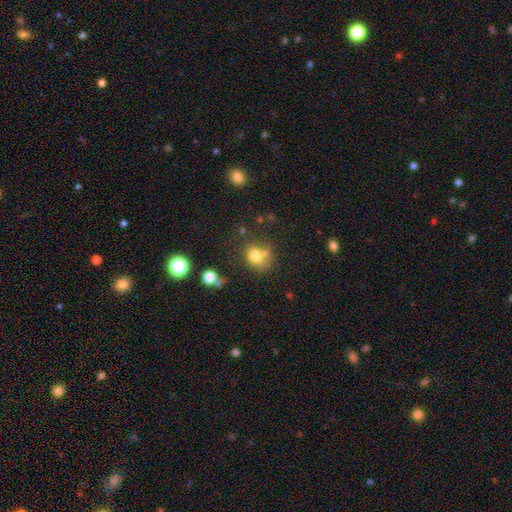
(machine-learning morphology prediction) This appears to be a smooth galaxy with no disk features (74%) that is round (65%). Merging: none (48%).